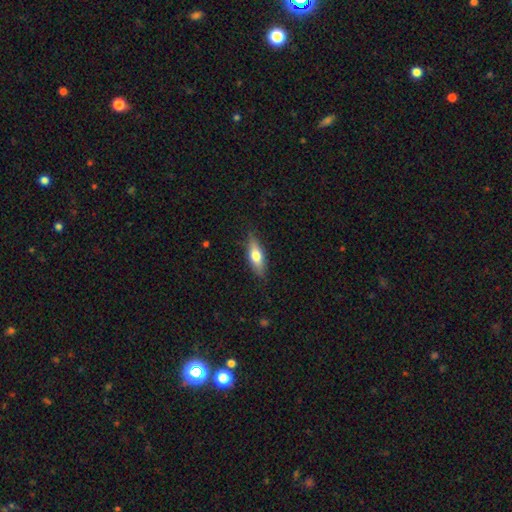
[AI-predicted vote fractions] Q: Smooth or featured?
A: smooth (67%); runner-up: featured or disk (27%)
Q: How rounded?
A: in between (59%); runner-up: cigar-shaped (39%)
Q: Merging?
A: none (83%); runner-up: minor disturbance (13%)